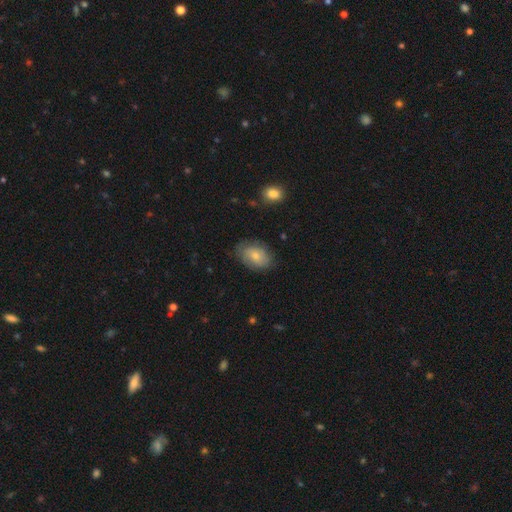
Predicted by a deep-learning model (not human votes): smooth_or_featured: smooth (p=0.65) [alt: featured or disk p=0.28]
how_rounded: in between (p=0.82) [alt: round p=0.17]
merging: none (p=0.73) [alt: minor disturbance p=0.20]